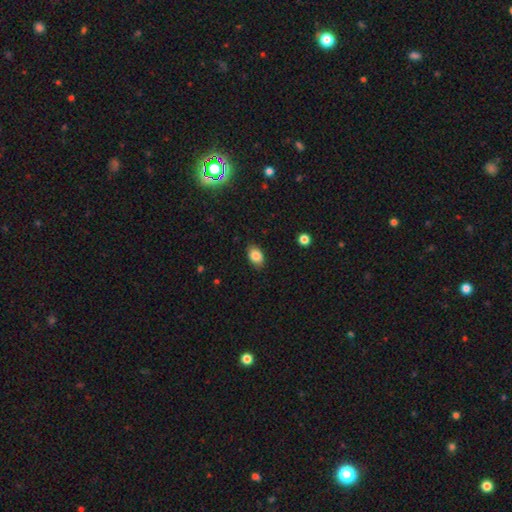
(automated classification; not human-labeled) smooth-or-featured: smooth: 85% | star or artifact: 9% | featured or disk: 6%
  how-rounded: in between: 85% | round: 14% | cigar-shaped: 1%
  merging: none: 87% | minor disturbance: 10% | major disturbance: 2% | merger: 1%